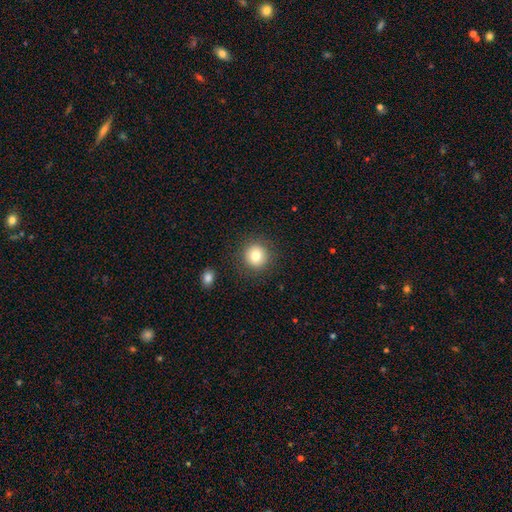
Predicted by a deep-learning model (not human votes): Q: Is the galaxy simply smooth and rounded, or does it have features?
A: smooth — 81%.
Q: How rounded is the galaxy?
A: round — 92%.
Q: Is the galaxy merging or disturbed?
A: none — 88%.